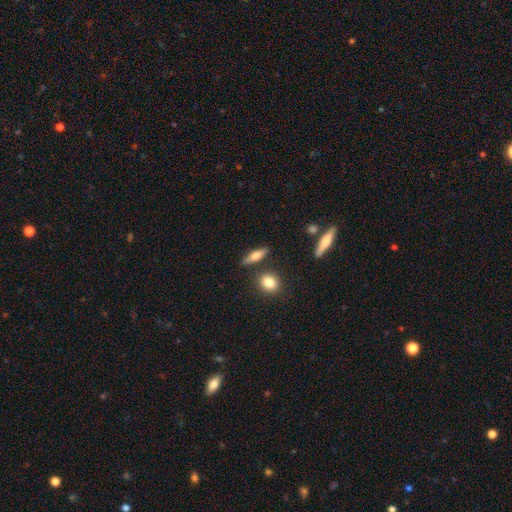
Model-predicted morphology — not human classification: This is possibly a smooth galaxy (48%). Merging: clearly none (80%).